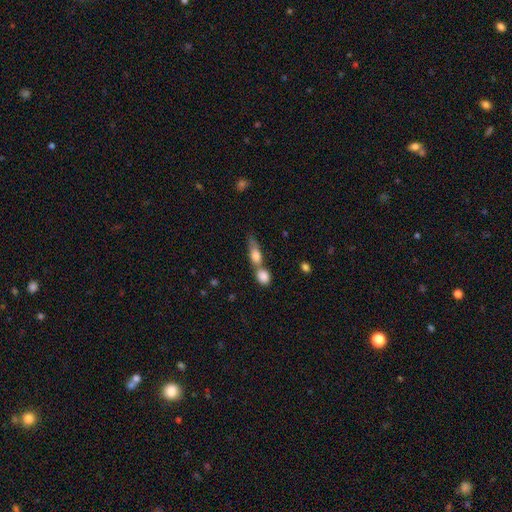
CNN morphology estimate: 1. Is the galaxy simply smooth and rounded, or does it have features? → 74% smooth, 18% featured or disk, 8% star or artifact.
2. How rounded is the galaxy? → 61% in between, 22% cigar-shaped, 16% round.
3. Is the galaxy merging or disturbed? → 62% merger, 23% none, 10% minor disturbance, 5% major disturbance.